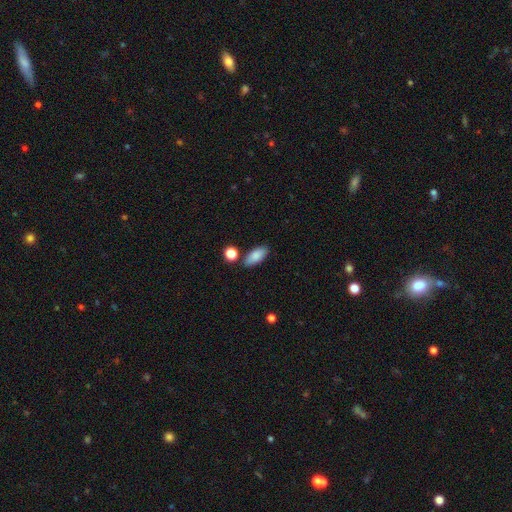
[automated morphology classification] A smooth galaxy with no disk features (85%) that is in between round and cigar-shaped (87%).

Vote fractions:
- Smooth or featured? smooth: 85% / featured or disk: 8% / star or artifact: 7%
- How rounded? in between: 87% / cigar-shaped: 10% / round: 3%
- Merging? none: 80% / minor disturbance: 12% / merger: 6% / major disturbance: 3%